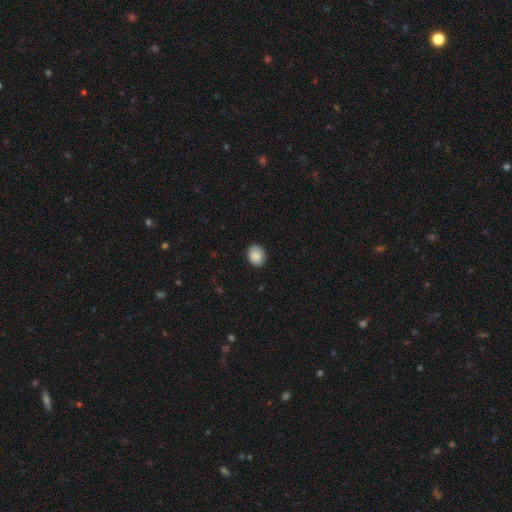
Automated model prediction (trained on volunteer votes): smooth_or_featured: smooth (p=0.88) [alt: star or artifact p=0.08]
how_rounded: round (p=0.50) [alt: in between p=0.49]
merging: none (p=0.88) [alt: minor disturbance p=0.09]